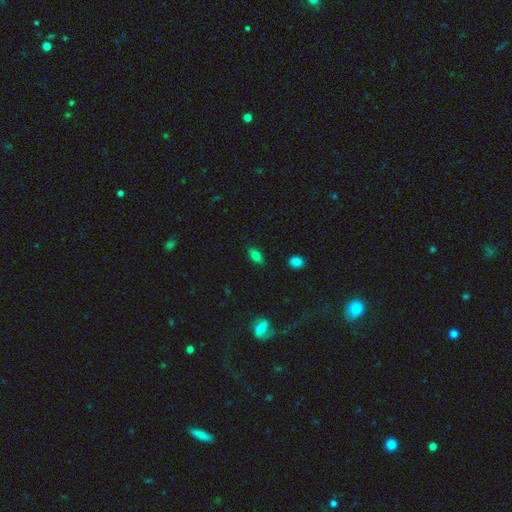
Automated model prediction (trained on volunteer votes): Q: Smooth or featured?
A: smooth (74%); runner-up: featured or disk (15%)
Q: How rounded?
A: in between (84%); runner-up: cigar-shaped (10%)
Q: Merging?
A: none (85%); runner-up: minor disturbance (11%)